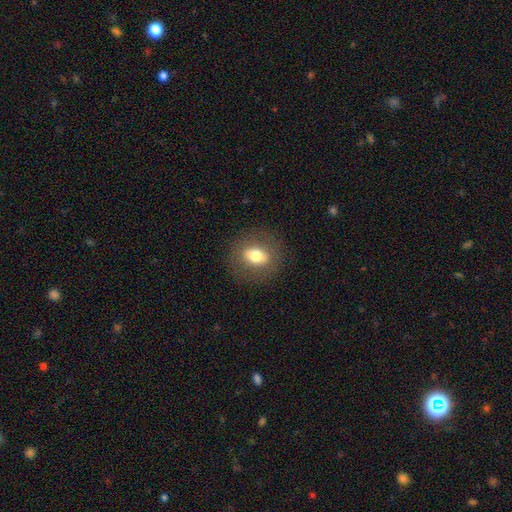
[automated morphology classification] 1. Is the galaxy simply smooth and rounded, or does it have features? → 66% smooth, 24% featured or disk, 9% star or artifact.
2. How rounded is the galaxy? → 55% round, 43% in between, 2% cigar-shaped.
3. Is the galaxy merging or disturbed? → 84% none, 10% minor disturbance, 5% major disturbance, 1% merger.